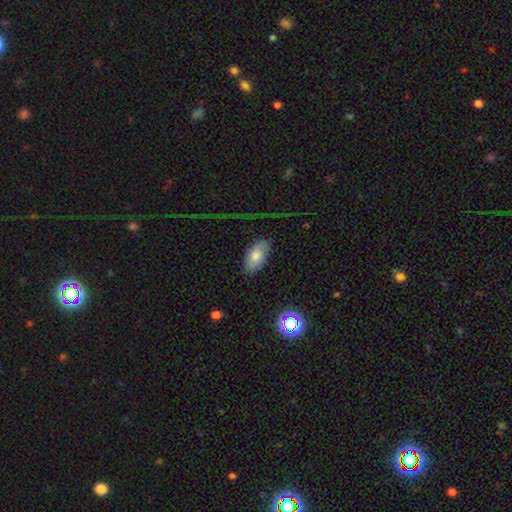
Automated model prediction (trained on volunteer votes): A smooth galaxy with no disk features (75%) that is in between round and cigar-shaped (93%). Merging: none (77%).